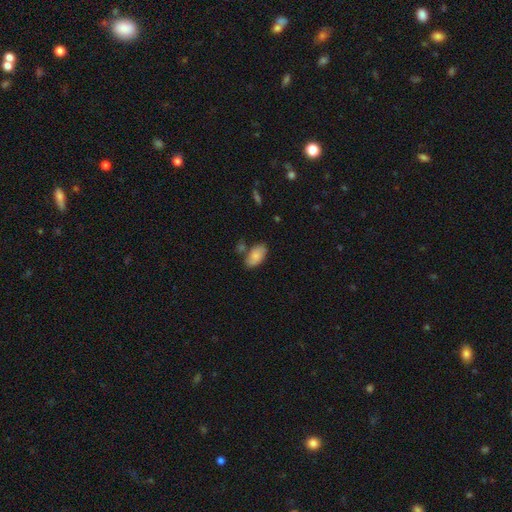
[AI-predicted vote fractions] Smooth or featured: smooth — 79% (featured or disk — 14%)
How rounded: in between — 93% (round — 5%)
Merging: none — 60% (minor disturbance — 21%)